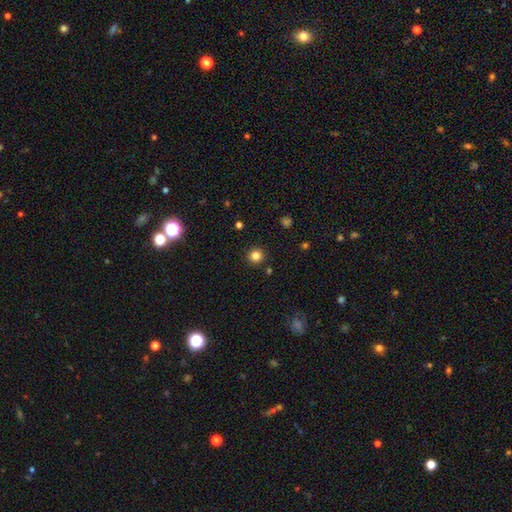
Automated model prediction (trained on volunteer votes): smooth 82%, star or artifact 13%, featured or disk 5%. Down the decision tree: how rounded — round (95%); merging — none (92%).